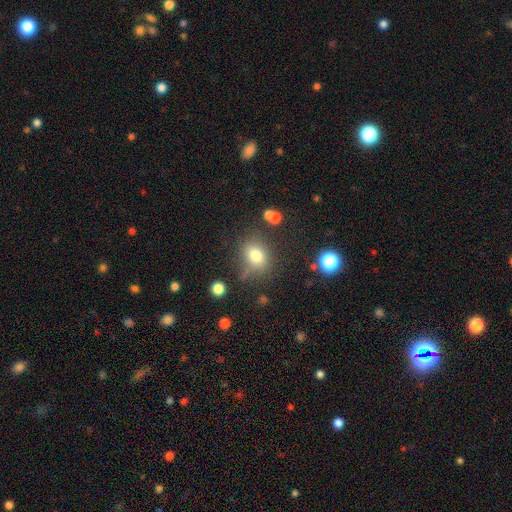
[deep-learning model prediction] A smooth galaxy with no disk features (77%) that is round (53%). Merging: none (70%).